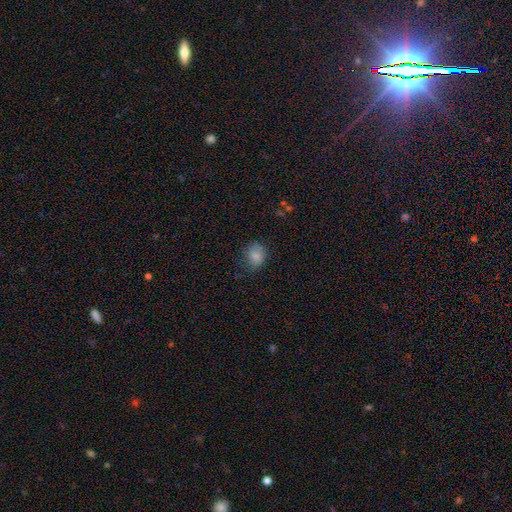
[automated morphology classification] smooth_or_featured: smooth (p=0.84) [alt: star or artifact p=0.10]
how_rounded: round (p=0.55) [alt: in between p=0.45]
merging: none (p=0.73) [alt: minor disturbance p=0.20]